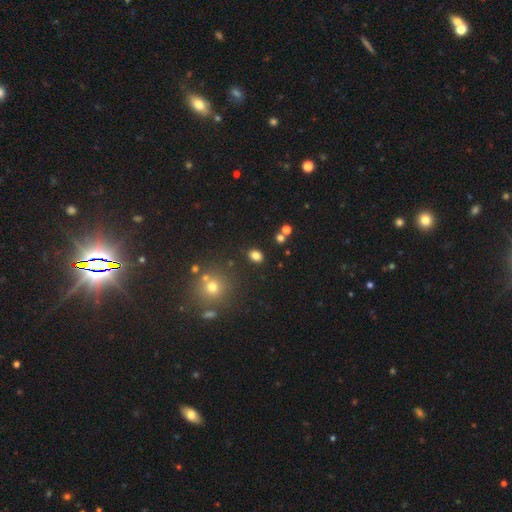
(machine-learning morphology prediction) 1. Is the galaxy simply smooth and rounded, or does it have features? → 81% smooth, 14% star or artifact, 6% featured or disk.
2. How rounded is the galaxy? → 69% in between, 30% round, 1% cigar-shaped.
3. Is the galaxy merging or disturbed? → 85% none, 9% minor disturbance, 4% merger, 3% major disturbance.